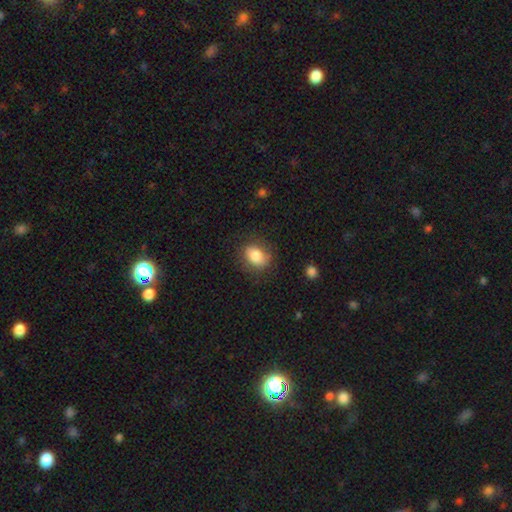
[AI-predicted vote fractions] smooth-or-featured: smooth: 81% | featured or disk: 11% | star or artifact: 8%
  how-rounded: in between: 68% | round: 31% | cigar-shaped: 2%
  merging: none: 78% | minor disturbance: 16% | major disturbance: 5% | merger: 1%